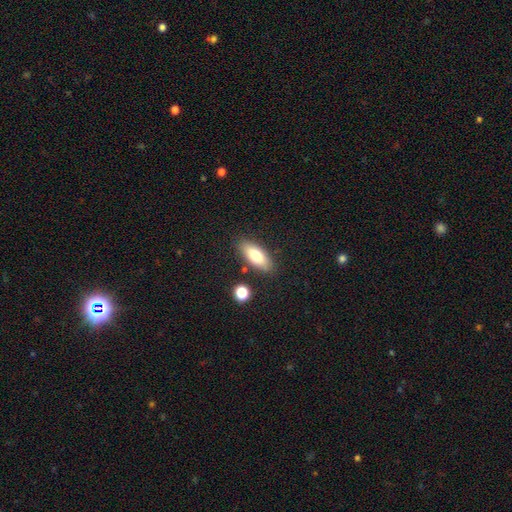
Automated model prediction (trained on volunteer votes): Smooth or featured? smooth (75%)
How rounded? in between (78%)
Merging? none (82%)